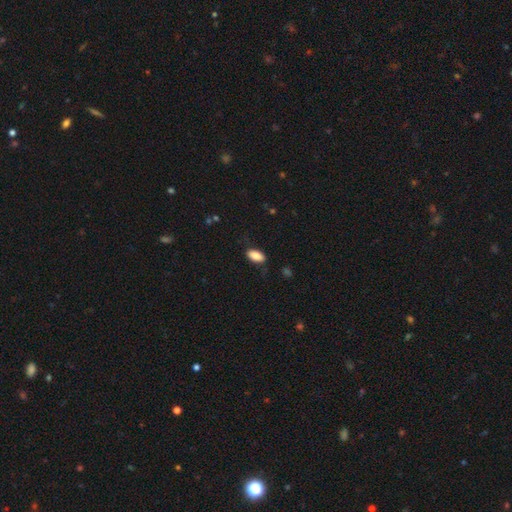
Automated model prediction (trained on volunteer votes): Smooth or featured? Predicted: smooth (p=0.87). How rounded? Predicted: in between (p=0.90). Merging? Predicted: none (p=0.81).